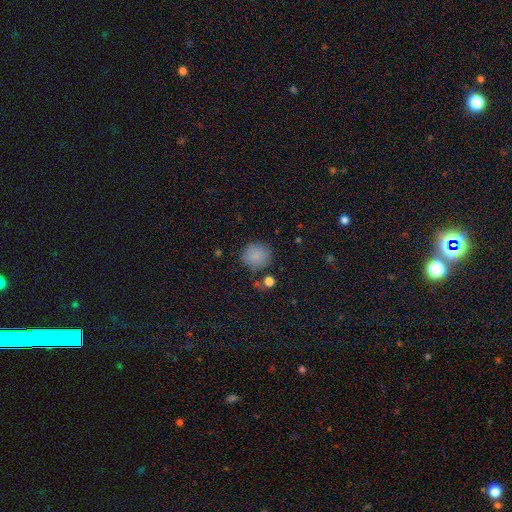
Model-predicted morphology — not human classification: This appears to be a smooth galaxy with no disk features (85%) that is round (89%). Merging: none (76%).